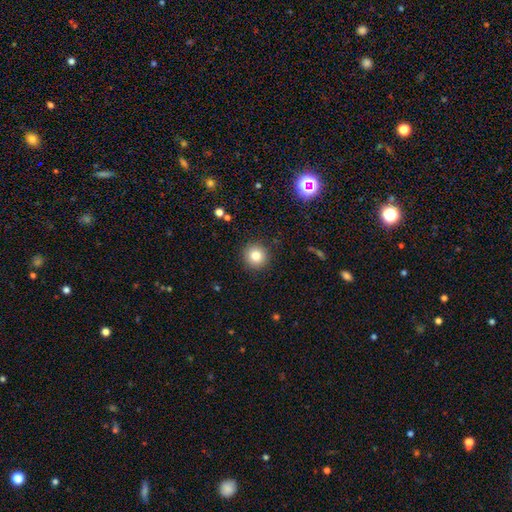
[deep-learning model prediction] This appears to be a smooth galaxy with no disk features (81%) that is round (95%). Merging: none (91%).